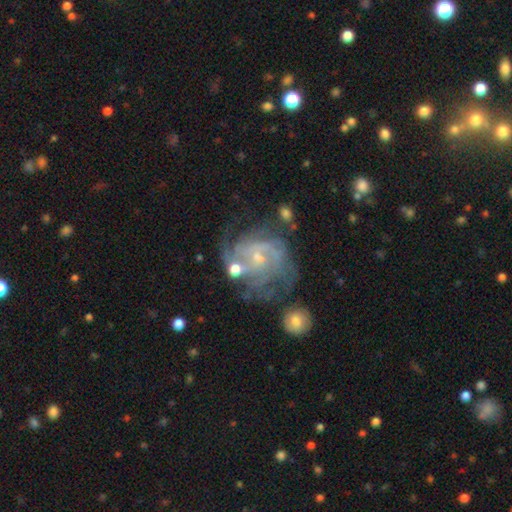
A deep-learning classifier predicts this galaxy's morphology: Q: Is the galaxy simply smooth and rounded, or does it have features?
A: featured or disk — 83%.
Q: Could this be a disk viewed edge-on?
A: no — 98%.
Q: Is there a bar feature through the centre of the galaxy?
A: no — 58%.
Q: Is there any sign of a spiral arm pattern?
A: yes — 91%.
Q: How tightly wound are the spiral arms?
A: tight — 53%.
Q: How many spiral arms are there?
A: can't tell — 33%.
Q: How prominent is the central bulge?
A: small — 66%.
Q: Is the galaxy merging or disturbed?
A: none — 53%.